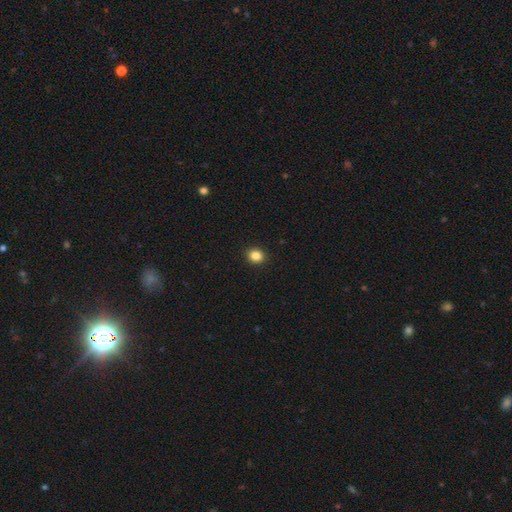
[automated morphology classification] smooth_or_featured: smooth (p=0.85) [alt: star or artifact p=0.11]
how_rounded: round (p=0.75) [alt: in between p=0.24]
merging: none (p=0.93) [alt: minor disturbance p=0.05]